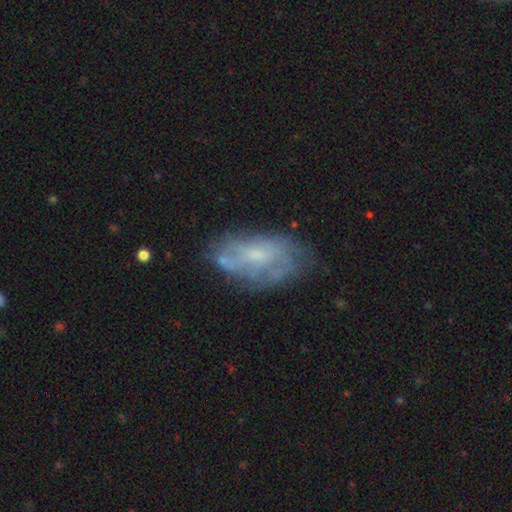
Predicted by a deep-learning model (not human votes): A featured or disk galaxy (60%) with no bar (68%), spiral arms (52%) and a small central bulge (52%).

Vote fractions:
- Smooth or featured? featured or disk: 60% / smooth: 32% / star or artifact: 9%
- Edge-on disk? no: 94% / yes: 6%
- Bar? no: 68% / weak: 28% / strong: 4%
- Spiral arms? yes: 52% / no: 48%
- Bulge size? small: 52% / moderate: 28% / none: 17% / large: 2% / dominant: 1%
- Merging? none: 60% / minor disturbance: 24% / major disturbance: 12% / merger: 4%